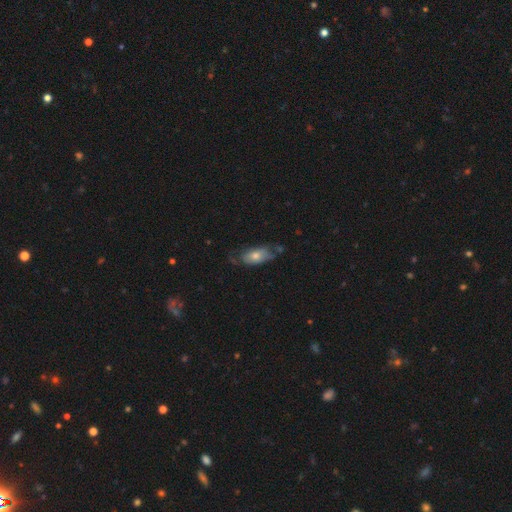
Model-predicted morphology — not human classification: This is possibly a smooth galaxy (54%). How rounded: clearly in between (83%). Merging: possibly none (52%).